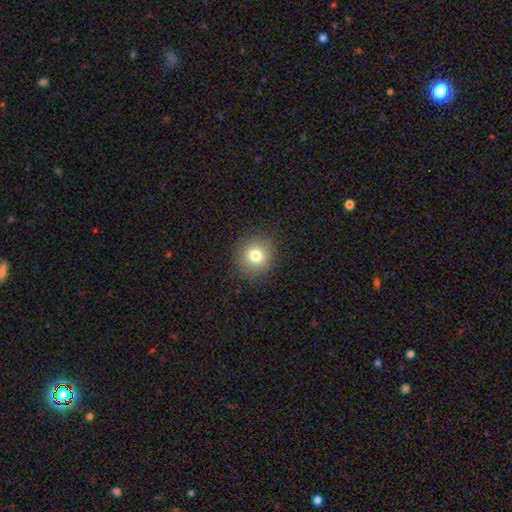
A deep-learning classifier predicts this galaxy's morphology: A smooth galaxy with no disk features (78%) that is round (89%). Merging: none (89%).